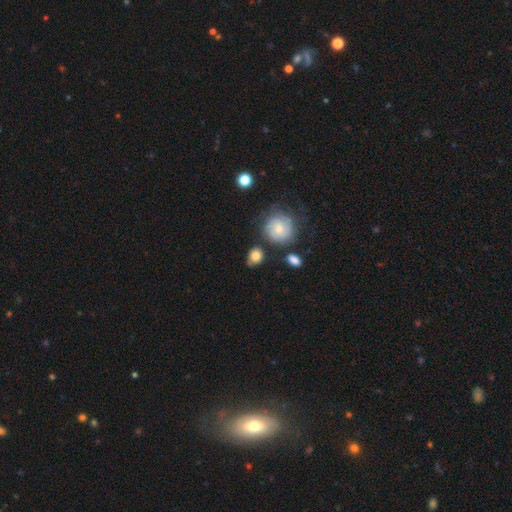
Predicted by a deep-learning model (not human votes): Overall: smooth (77%). How rounded: round (68%; in between 31%). Merging: none (66%).